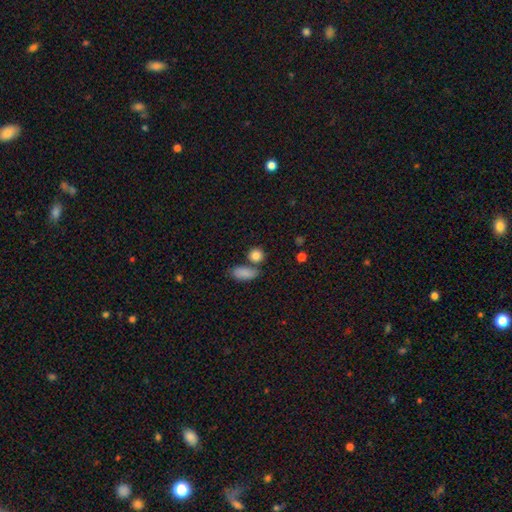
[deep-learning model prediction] A smooth galaxy with no disk features (85%) that is round (73%). Merging: none (65%).